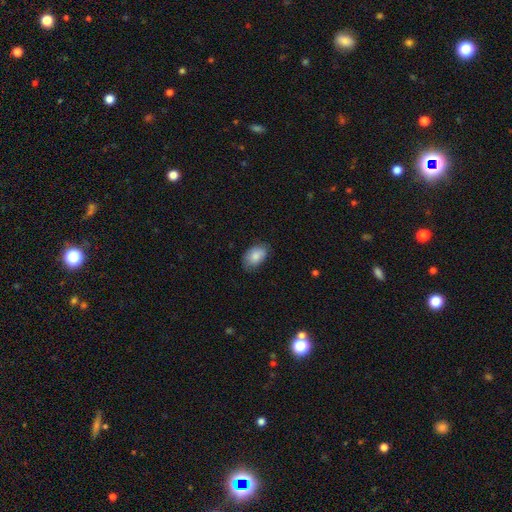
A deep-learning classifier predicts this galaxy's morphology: A smooth galaxy with no disk features (85%) that is in between round and cigar-shaped (90%). Merging: none (77%).